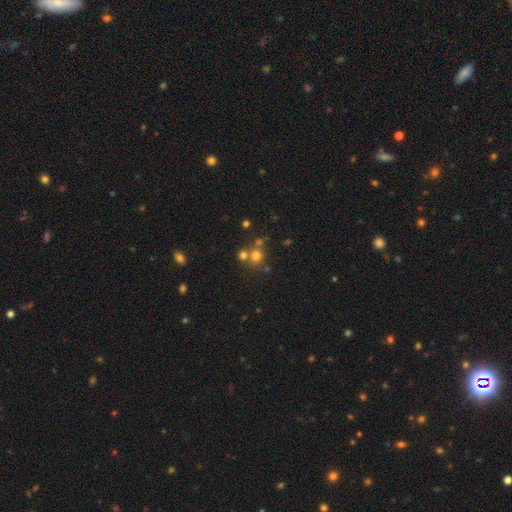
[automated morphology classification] Smooth or featured?
  - smooth: 68% *
  - star or artifact: 19%
  - featured or disk: 12%
How rounded?
  - round: 88% *
  - in between: 11%
  - cigar-shaped: 1%
Merging?
  - none: 56% *
  - merger: 32%
  - minor disturbance: 8%
  - major disturbance: 4%